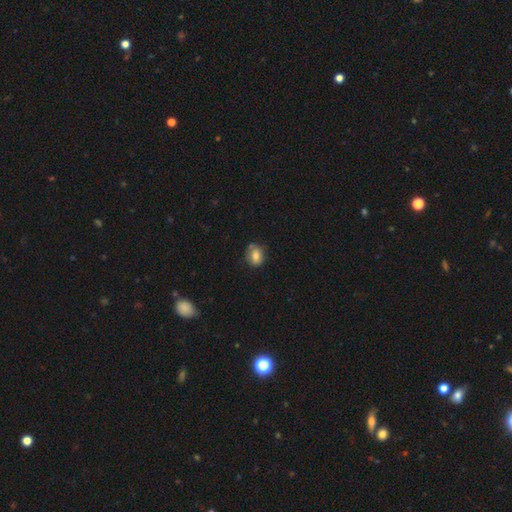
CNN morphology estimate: This is likely a smooth galaxy (73%). How rounded: possibly round (55%). Merging: likely none (67%).